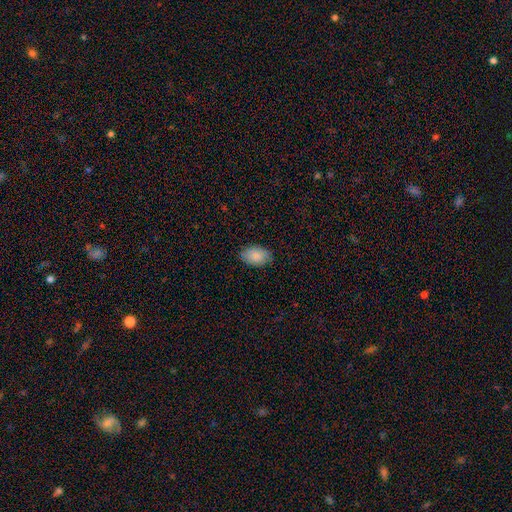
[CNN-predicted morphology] Smooth or featured: smooth — 89% (star or artifact — 6%)
How rounded: in between — 91% (round — 8%)
Merging: none — 85% (minor disturbance — 12%)